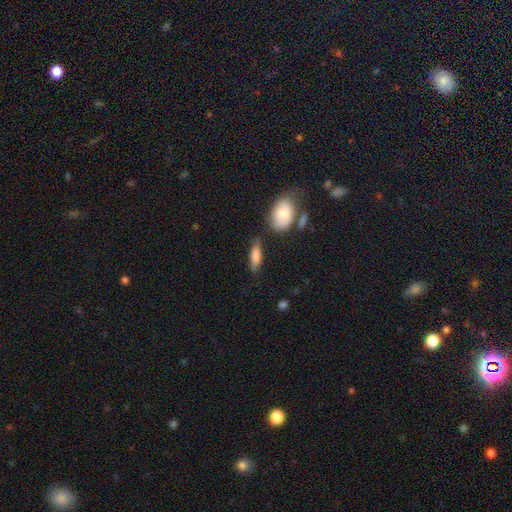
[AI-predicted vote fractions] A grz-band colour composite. It shows a smooth galaxy with no disk features (76%) that is in between round and cigar-shaped (50%). Merging: none (65%).